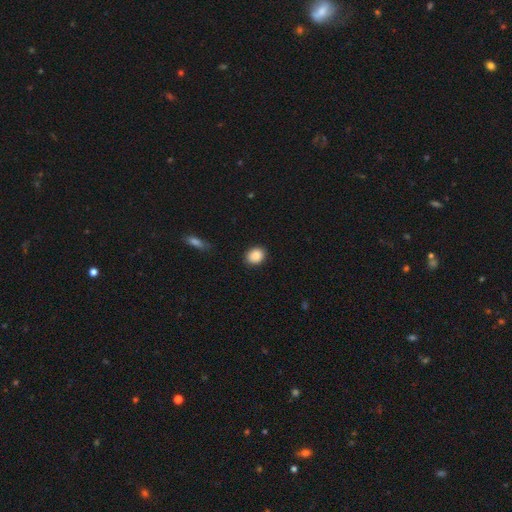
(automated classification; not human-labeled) Smooth or featured? smooth (89%)
How rounded? round (56%)
Merging? none (88%)